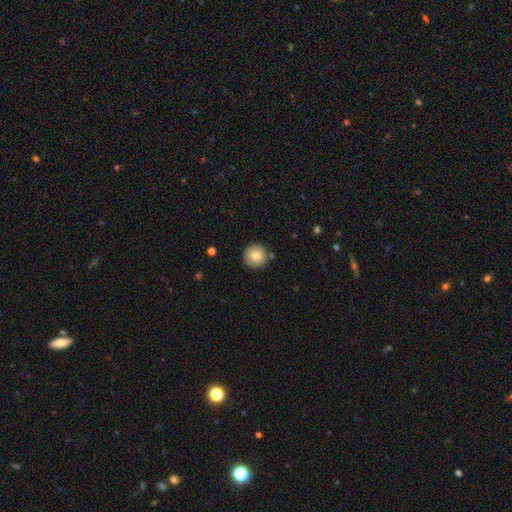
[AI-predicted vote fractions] Smooth or featured? Predicted: smooth (p=0.84). How rounded? Predicted: round (p=0.95). Merging? Predicted: none (p=0.86).